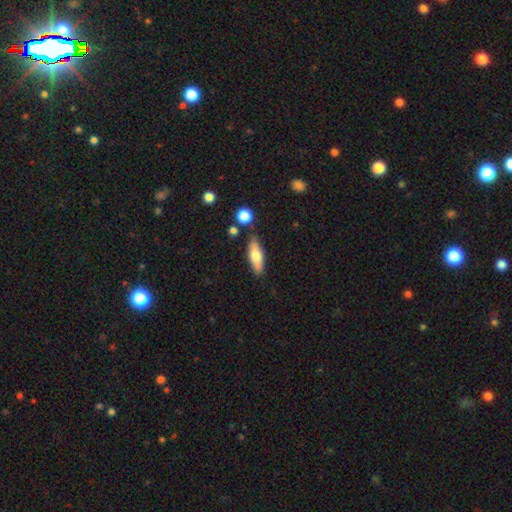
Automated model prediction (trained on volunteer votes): smooth_or_featured: smooth (p=0.66) [alt: featured or disk p=0.28]
how_rounded: in between (p=0.56) [alt: cigar-shaped p=0.42]
merging: none (p=0.80) [alt: minor disturbance p=0.12]